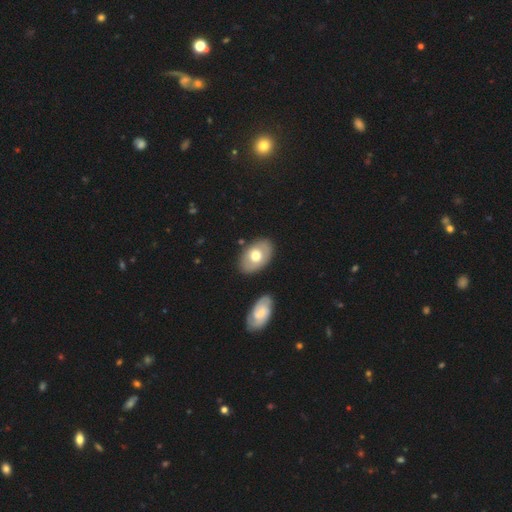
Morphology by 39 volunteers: Volunteers were most divided on "smooth or featured": featured or disk: 56%, smooth: 44%, star or artifact: 0%. More confident: edge-on disk — no (95%); spiral arms — no (90%); merging — none (85%); bar — no (81%); bulge size — moderate (67%).